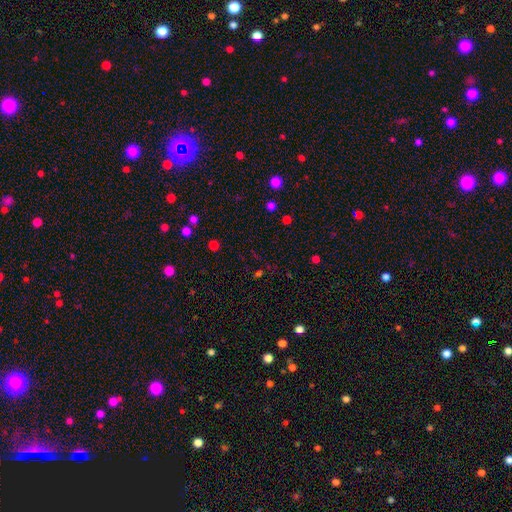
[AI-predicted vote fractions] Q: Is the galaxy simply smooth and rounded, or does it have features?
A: star or artifact — 55%.